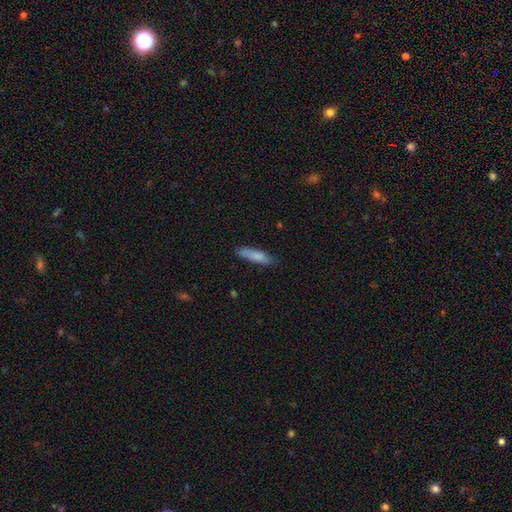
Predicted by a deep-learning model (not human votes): smooth-or-featured: smooth: 83% | featured or disk: 11% | star or artifact: 6%
  how-rounded: cigar-shaped: 70% | in between: 29% | round: 1%
  merging: none: 79% | minor disturbance: 17% | major disturbance: 3% | merger: 1%